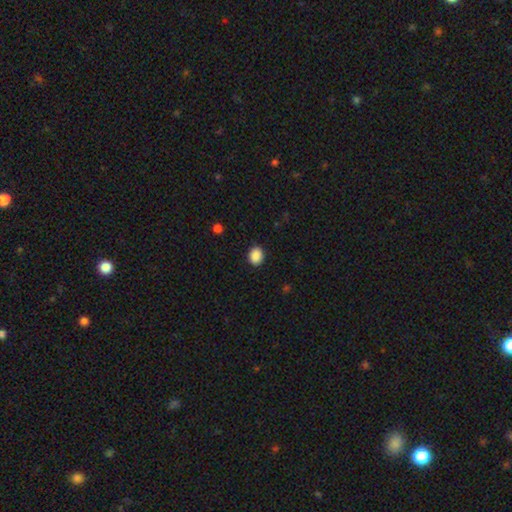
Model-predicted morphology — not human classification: The model was most divided on "how rounded": round: 58%, in between: 41%, cigar-shaped: 1%. More confident: merging — none (90%); smooth or featured — smooth (89%).